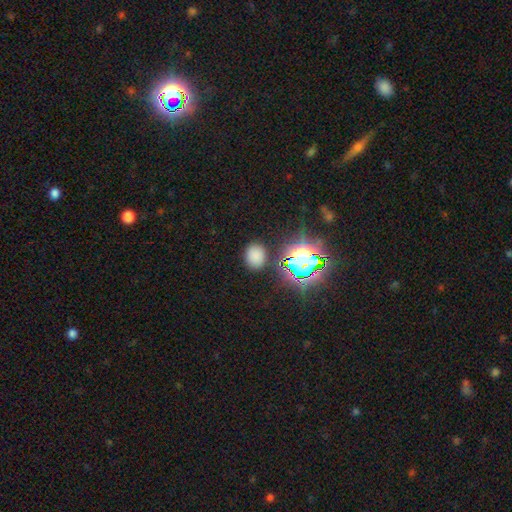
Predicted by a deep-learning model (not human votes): Overall: smooth (70%). How rounded: in between (50%; round 49%). Merging: none (83%).